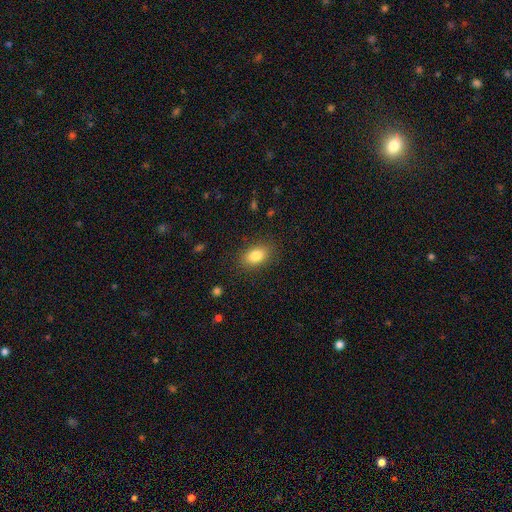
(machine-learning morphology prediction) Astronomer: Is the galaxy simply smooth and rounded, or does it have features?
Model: smooth — 84%.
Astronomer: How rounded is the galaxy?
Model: in between — 86%.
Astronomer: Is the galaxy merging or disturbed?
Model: none — 86%.